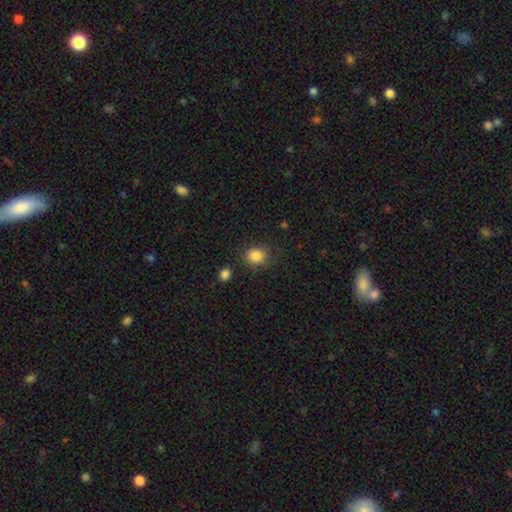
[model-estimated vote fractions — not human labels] smooth-or-featured: smooth: 85% | star or artifact: 10% | featured or disk: 5%
  how-rounded: round: 67% | in between: 32% | cigar-shaped: 1%
  merging: none: 79% | minor disturbance: 13% | major disturbance: 4% | merger: 4%